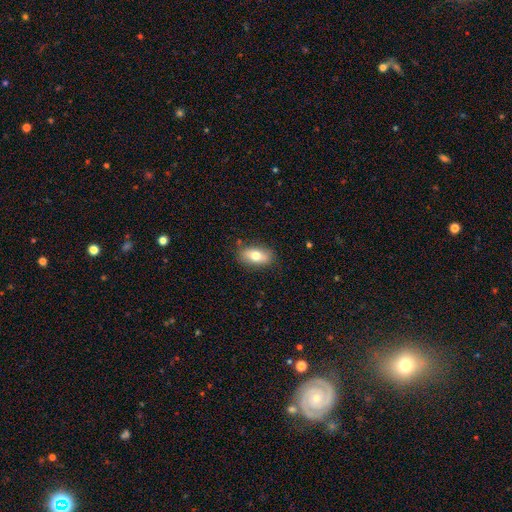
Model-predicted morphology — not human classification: type=smooth (74%); roundness=in between (88%); merging=none (85%).